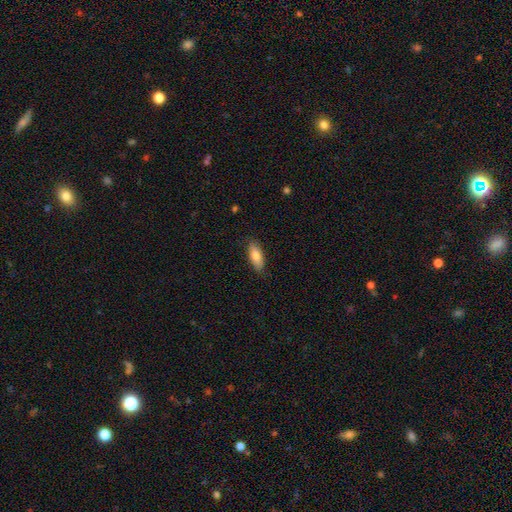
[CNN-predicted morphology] smooth_or_featured: smooth (p=0.79) [alt: featured or disk p=0.15]
how_rounded: in between (p=0.70) [alt: cigar-shaped p=0.28]
merging: none (p=0.86) [alt: minor disturbance p=0.11]